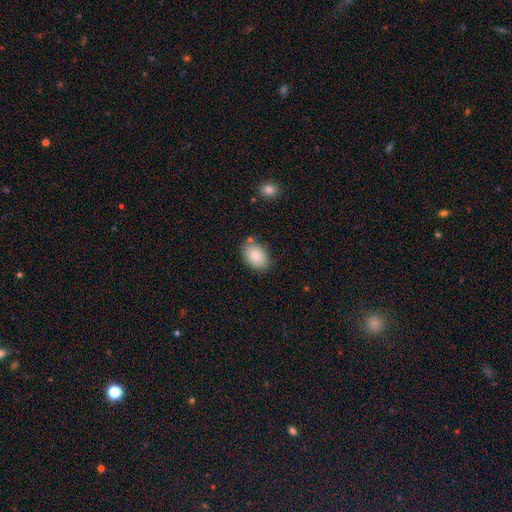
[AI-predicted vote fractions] smooth-or-featured: smooth: 88% | star or artifact: 7% | featured or disk: 5%
  how-rounded: in between: 87% | round: 12% | cigar-shaped: 1%
  merging: none: 79% | minor disturbance: 14% | merger: 4% | major disturbance: 3%